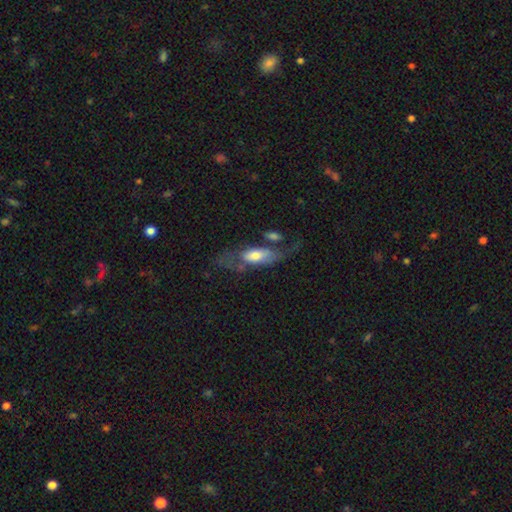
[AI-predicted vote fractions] Morphology: type=smooth (50%); roundness=in between (76%); merging=none (37%).